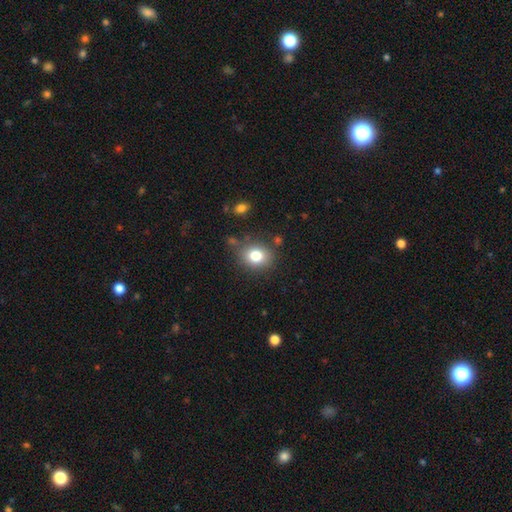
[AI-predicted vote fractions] Smooth or featured: smooth — 78% (star or artifact — 12%)
How rounded: round — 63% (in between — 36%)
Merging: none — 79% (minor disturbance — 12%)